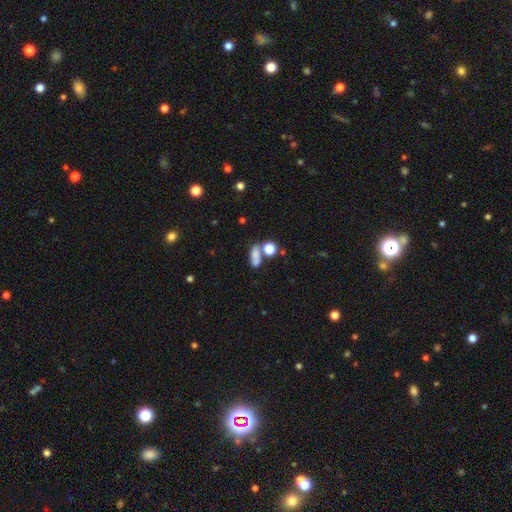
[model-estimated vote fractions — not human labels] Smooth or featured?
  - smooth: 70% *
  - featured or disk: 16%
  - star or artifact: 15%
How rounded?
  - in between: 67% *
  - round: 23%
  - cigar-shaped: 10%
Merging?
  - merger: 42% *
  - none: 37%
  - minor disturbance: 13%
  - major disturbance: 9%